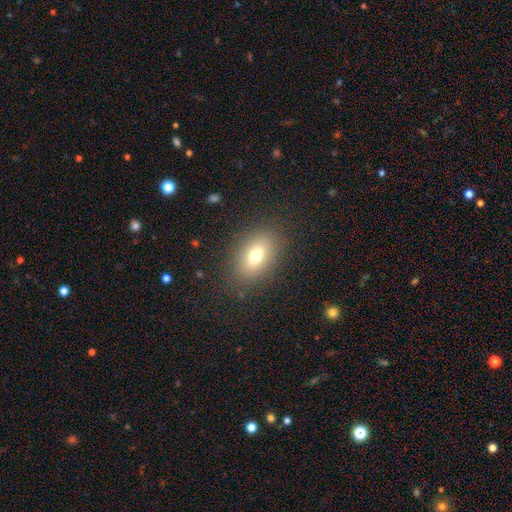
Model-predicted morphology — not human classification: Smooth or featured? Predicted: smooth (p=0.73). How rounded? Predicted: in between (p=0.81). Merging? Predicted: none (p=0.84).